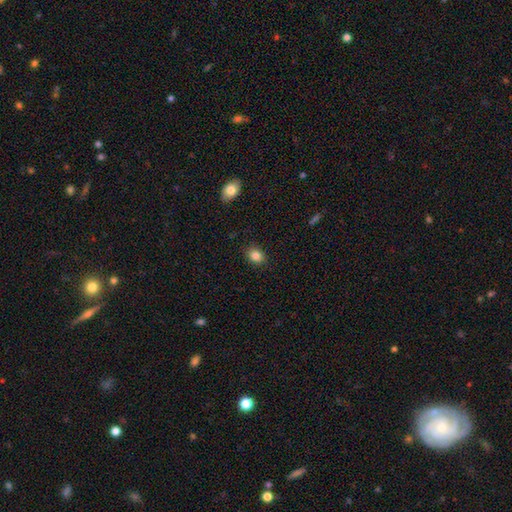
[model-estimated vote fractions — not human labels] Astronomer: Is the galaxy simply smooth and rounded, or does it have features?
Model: smooth — 84%.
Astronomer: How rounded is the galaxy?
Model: in between — 51% (runner-up: round, 48%).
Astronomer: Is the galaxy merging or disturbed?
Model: none — 87%.